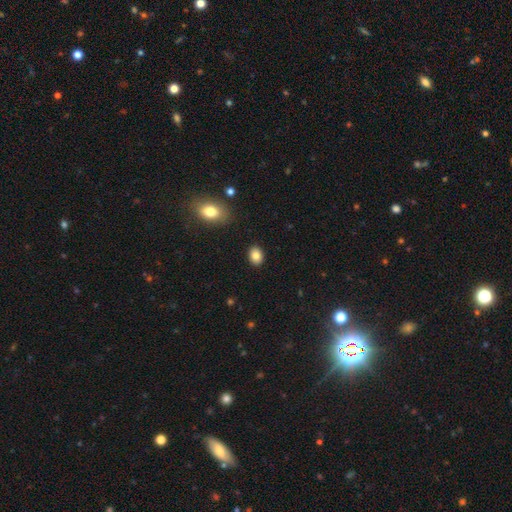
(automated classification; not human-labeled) Smooth or featured? smooth (84%)
How rounded? in between (67%)
Merging? none (89%)